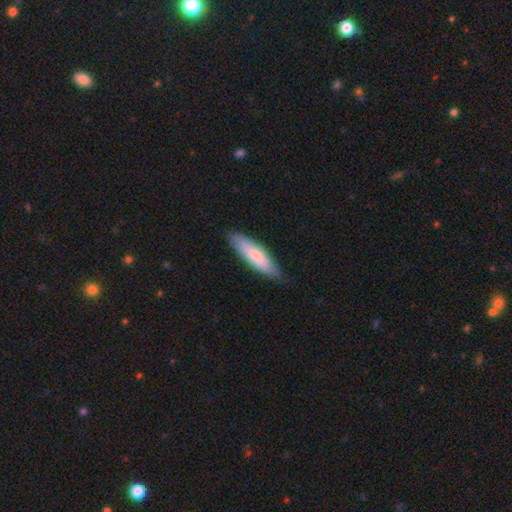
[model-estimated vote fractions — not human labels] Q: Smooth or featured?
A: smooth (78%); runner-up: featured or disk (17%)
Q: How rounded?
A: cigar-shaped (61%); runner-up: in between (38%)
Q: Merging?
A: none (83%); runner-up: minor disturbance (14%)